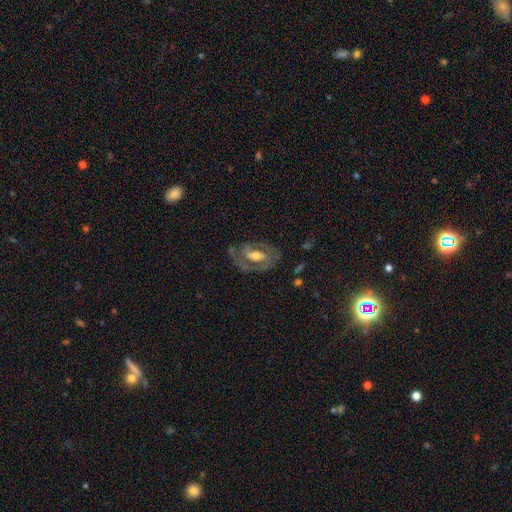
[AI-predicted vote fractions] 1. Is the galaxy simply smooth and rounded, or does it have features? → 78% featured or disk, 16% smooth, 6% star or artifact.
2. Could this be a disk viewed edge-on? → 95% no, 5% yes.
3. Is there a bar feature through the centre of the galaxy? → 40% weak, 31% no, 29% strong.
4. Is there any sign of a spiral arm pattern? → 80% yes, 20% no.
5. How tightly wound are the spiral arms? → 44% medium, 41% tight, 15% loose.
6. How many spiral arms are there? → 69% 2, 14% 1, 12% can't tell, 3% 3, 1% 4, 1% more than 4.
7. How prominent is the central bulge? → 59% moderate, 23% small, 14% large, 2% none, 2% dominant.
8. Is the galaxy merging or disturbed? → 63% none, 20% minor disturbance, 16% major disturbance, 2% merger.